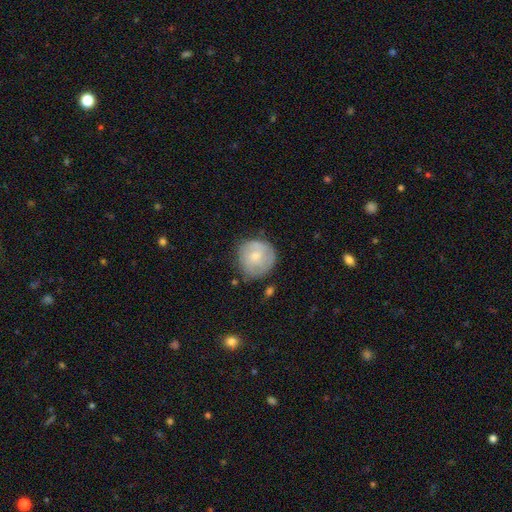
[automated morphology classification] smooth 54%, featured or disk 40%, star or artifact 7%. Down the decision tree: how rounded — round (91%); merging — none (67%).